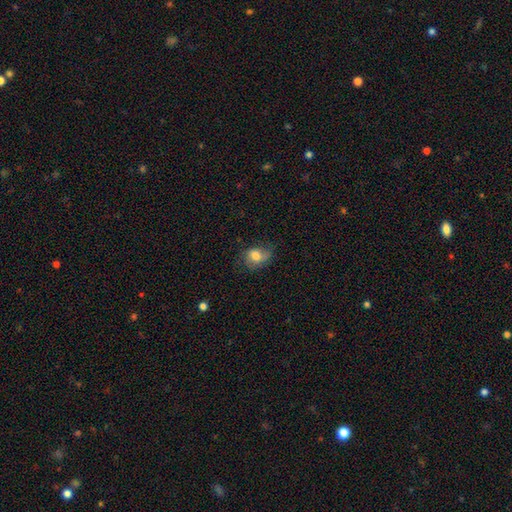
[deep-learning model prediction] smooth_or_featured: smooth (p=0.71) [alt: featured or disk p=0.20]
how_rounded: in between (p=0.60) [alt: round p=0.39]
merging: none (p=0.51) [alt: minor disturbance p=0.31]